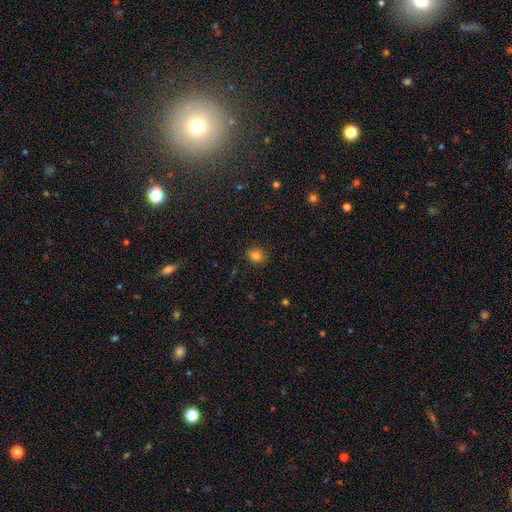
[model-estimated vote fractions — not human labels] A smooth galaxy with no disk features (82%) that is in between round and cigar-shaped (51%).

Vote fractions:
- Smooth or featured? smooth: 82% / star or artifact: 12% / featured or disk: 6%
- How rounded? in between: 51% / round: 48% / cigar-shaped: 1%
- Merging? none: 87% / minor disturbance: 10% / major disturbance: 2% / merger: 1%